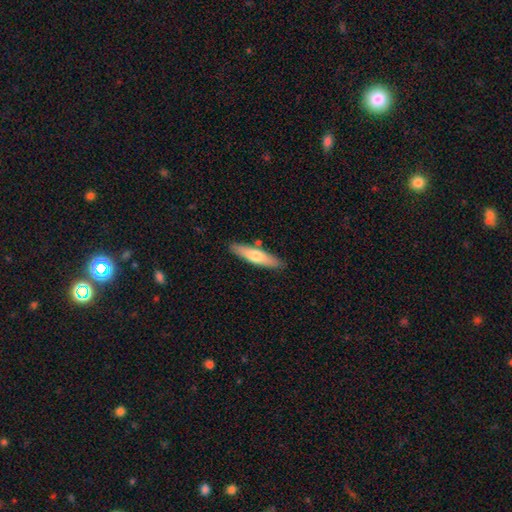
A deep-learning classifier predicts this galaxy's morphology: This appears to be a smooth galaxy with no disk features (64%) that is cigar-shaped (75%). Merging: none (84%).